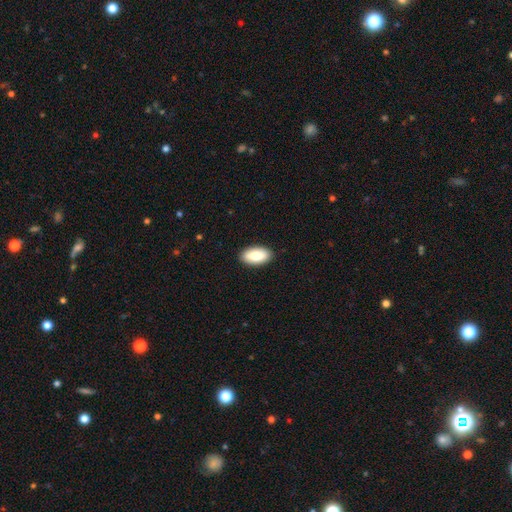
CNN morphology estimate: A smooth galaxy with no disk features (83%) that is in between round and cigar-shaped (94%). Merging: none (90%).